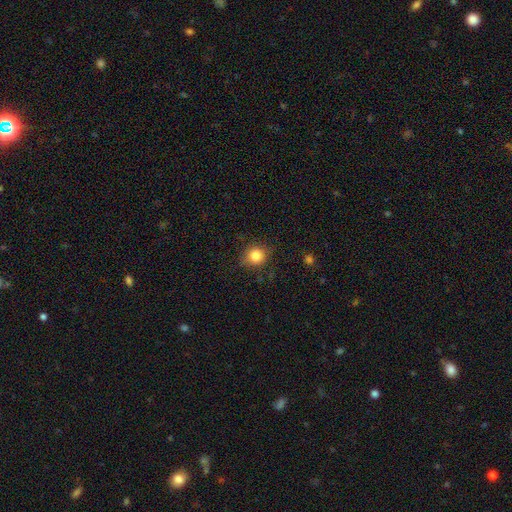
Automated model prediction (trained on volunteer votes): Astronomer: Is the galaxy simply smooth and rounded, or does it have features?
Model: smooth — 83%.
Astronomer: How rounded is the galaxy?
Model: round — 86%.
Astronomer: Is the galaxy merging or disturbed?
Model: none — 83%.